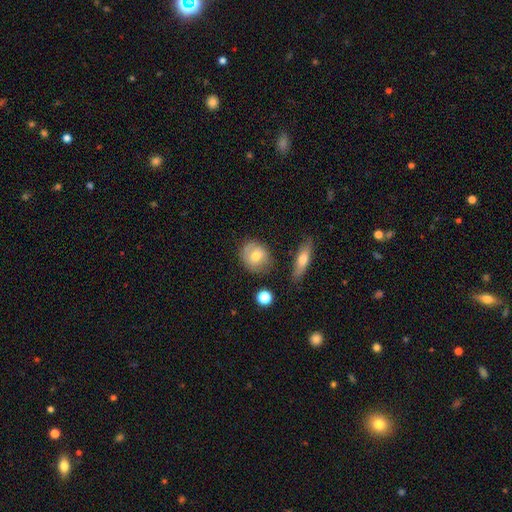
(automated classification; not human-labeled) Q: Smooth or featured?
A: smooth (62%); runner-up: featured or disk (30%)
Q: How rounded?
A: round (68%); runner-up: in between (30%)
Q: Merging?
A: none (70%); runner-up: minor disturbance (20%)